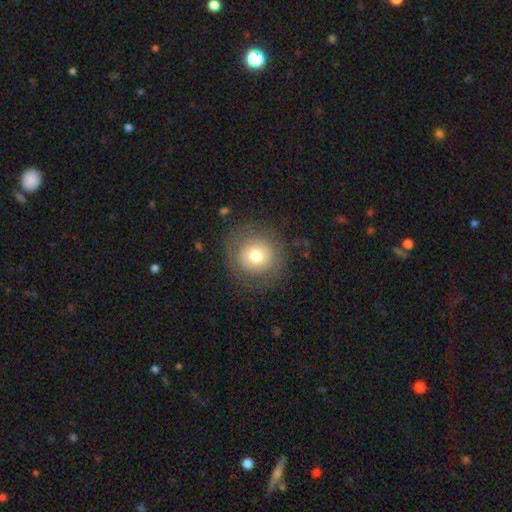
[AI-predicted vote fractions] This is likely a smooth galaxy (71%). How rounded: clearly round (94%). Merging: clearly none (83%).